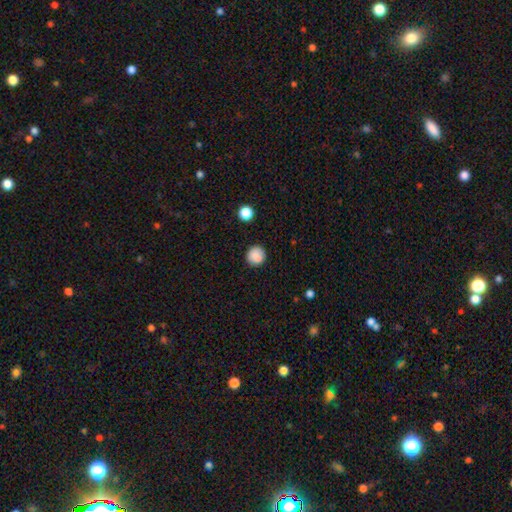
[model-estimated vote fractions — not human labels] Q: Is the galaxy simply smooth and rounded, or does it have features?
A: smooth — 87%.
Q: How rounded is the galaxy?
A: round — 92%.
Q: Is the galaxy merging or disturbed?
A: none — 89%.